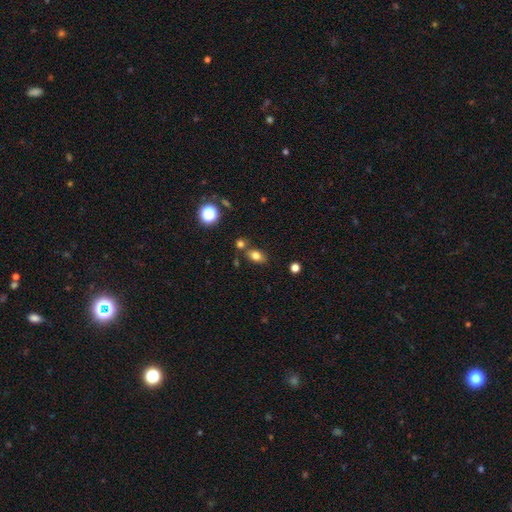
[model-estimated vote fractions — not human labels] Morphology: type=smooth (78%); roundness=in between (80%); merging=none (70%).